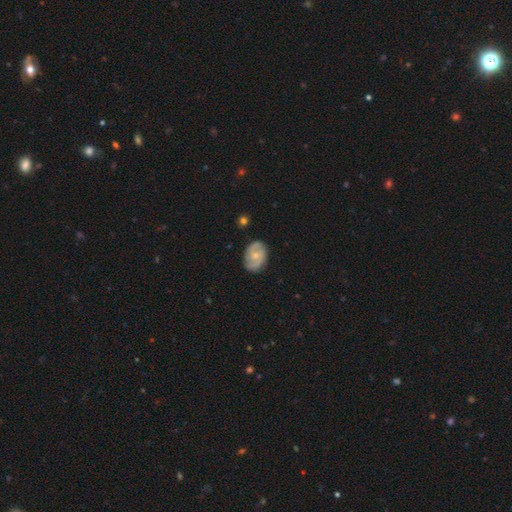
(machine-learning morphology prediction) smooth-or-featured: featured or disk: 71% | smooth: 24% | star or artifact: 6%
  disk-edge-on: no: 97% | yes: 3%
    bar: no: 60% | weak: 34% | strong: 6%
    has-spiral-arms: yes: 88% | no: 12%
      spiral-winding: medium: 45% | tight: 36% | loose: 19%
      spiral-arm-count: 2: 71% | can't tell: 15% | 3: 7% | 1: 3% | 4: 2% | more than 4: 2%
    bulge-size: small: 58% | moderate: 37% | none: 2% | large: 1% | dominant: 1%
  merging: none: 79% | minor disturbance: 16% | major disturbance: 4% | merger: 1%